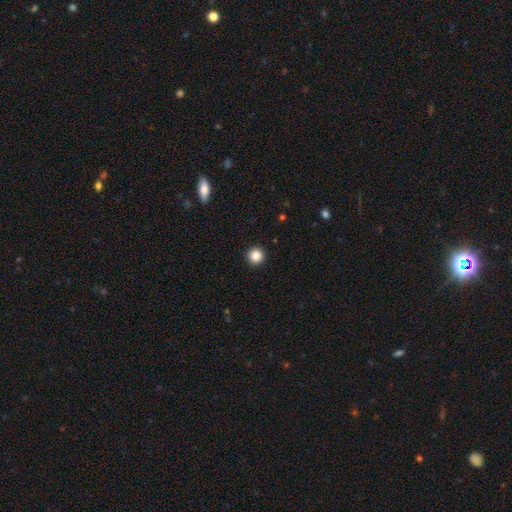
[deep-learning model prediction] This appears to be a smooth galaxy with no disk features (86%) that is round (96%). Merging: none (94%).